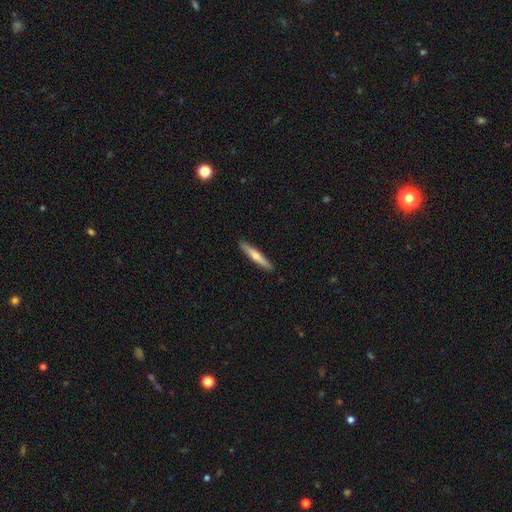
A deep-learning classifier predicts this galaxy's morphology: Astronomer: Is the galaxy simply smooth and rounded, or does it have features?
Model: featured or disk — 47%, tied with smooth at 47%.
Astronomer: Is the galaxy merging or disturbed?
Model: none — 92%.